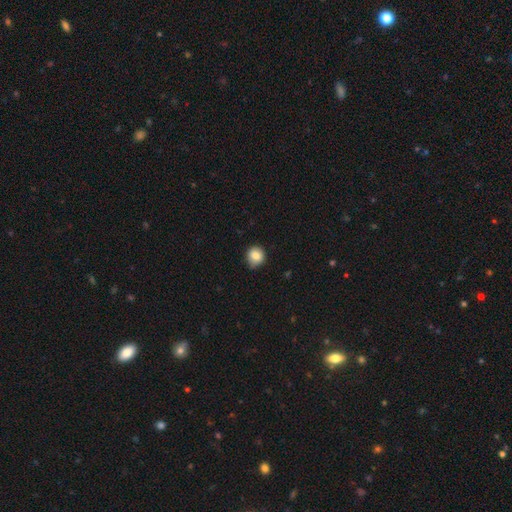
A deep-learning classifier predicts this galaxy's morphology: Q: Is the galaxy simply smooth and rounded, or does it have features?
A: smooth — 83%.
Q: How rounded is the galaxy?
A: round — 85%.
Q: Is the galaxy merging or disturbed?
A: none — 75%.